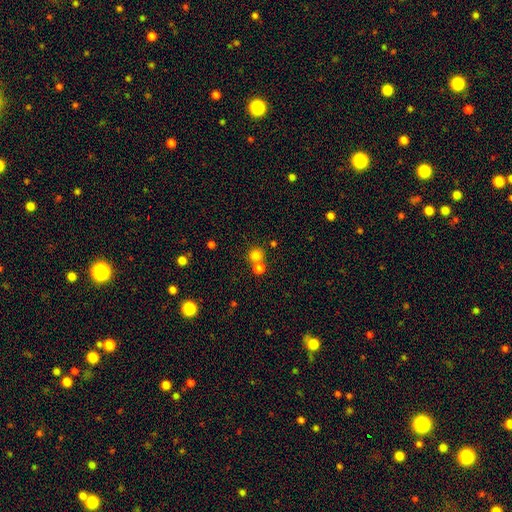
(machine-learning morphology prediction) type=smooth (79%); roundness=round (91%); merging=none (57%).